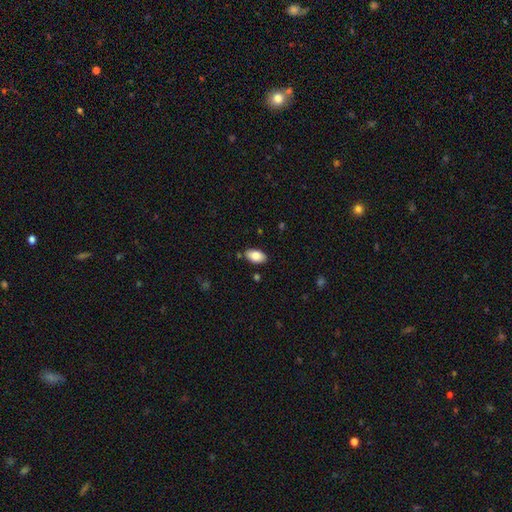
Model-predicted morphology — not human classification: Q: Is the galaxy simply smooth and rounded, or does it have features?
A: smooth — 85%.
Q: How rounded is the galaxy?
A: in between — 94%.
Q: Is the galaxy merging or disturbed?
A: none — 83%.